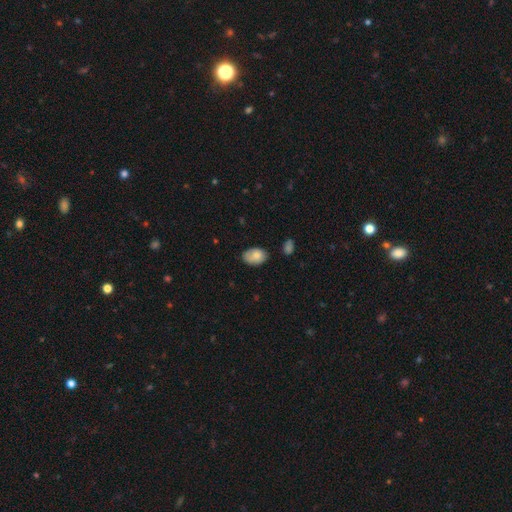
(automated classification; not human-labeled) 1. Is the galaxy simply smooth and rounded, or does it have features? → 80% smooth, 13% featured or disk, 7% star or artifact.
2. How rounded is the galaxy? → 87% in between, 12% round, 1% cigar-shaped.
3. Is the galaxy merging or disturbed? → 68% none, 25% minor disturbance, 4% major disturbance, 3% merger.